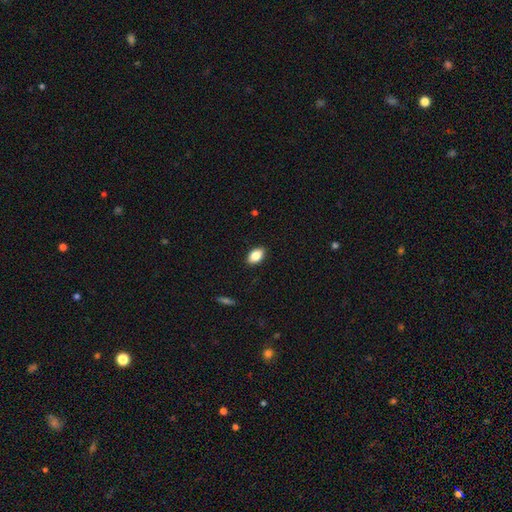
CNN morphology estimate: Smooth or featured? smooth (84%)
How rounded? in between (90%)
Merging? none (88%)